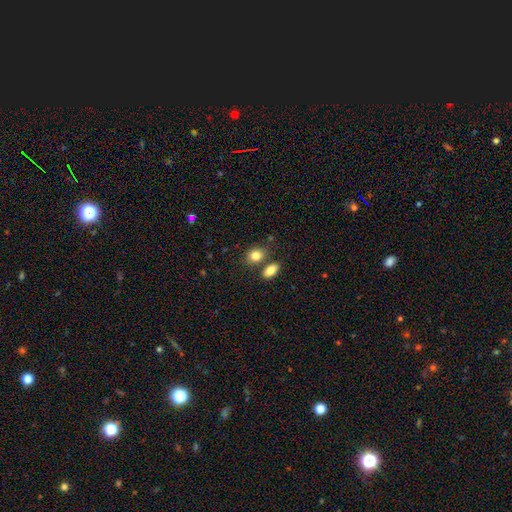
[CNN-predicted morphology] Q: Smooth or featured?
A: smooth (83%); runner-up: star or artifact (9%)
Q: How rounded?
A: in between (61%); runner-up: round (38%)
Q: Merging?
A: none (64%); runner-up: merger (21%)